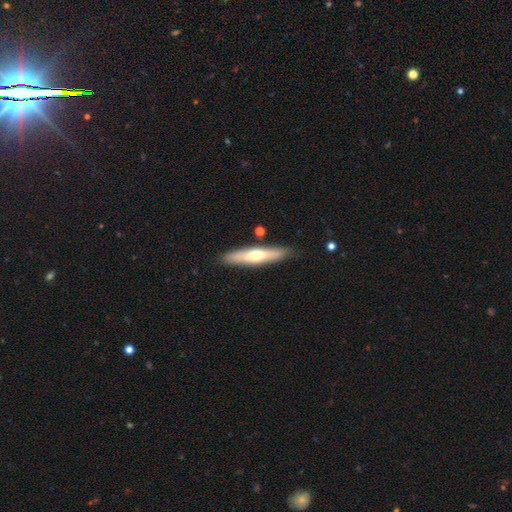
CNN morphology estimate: smooth 51%, featured or disk 44%, star or artifact 5%. Down the decision tree: how rounded — cigar-shaped (82%); merging — none (85%).